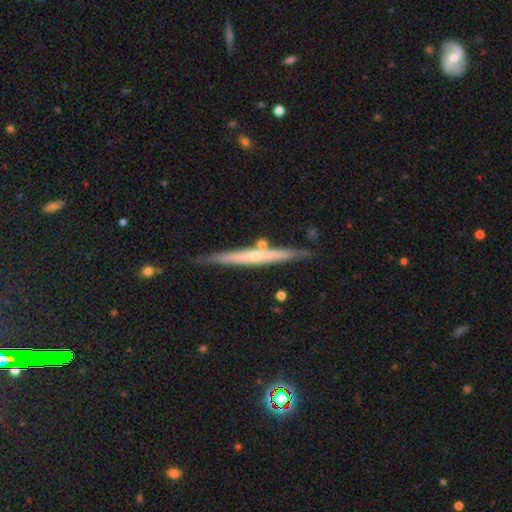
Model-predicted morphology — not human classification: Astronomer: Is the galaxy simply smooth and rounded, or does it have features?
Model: featured or disk — 65%.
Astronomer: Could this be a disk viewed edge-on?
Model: yes — 96%.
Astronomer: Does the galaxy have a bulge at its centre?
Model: rounded — 57% (runner-up: none, 39%).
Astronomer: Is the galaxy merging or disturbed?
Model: none — 80%.